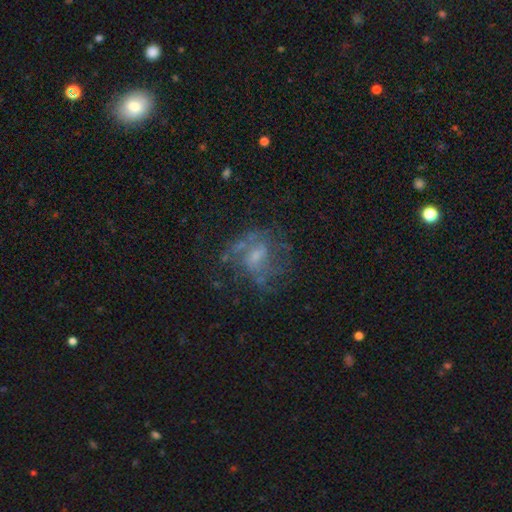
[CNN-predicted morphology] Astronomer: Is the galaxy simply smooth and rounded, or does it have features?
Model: featured or disk — 64%.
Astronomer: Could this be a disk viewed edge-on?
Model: no — 97%.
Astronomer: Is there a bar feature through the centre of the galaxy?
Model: no — 48% (runner-up: weak, 43%).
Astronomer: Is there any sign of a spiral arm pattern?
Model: yes — 62% (runner-up: no, 38%).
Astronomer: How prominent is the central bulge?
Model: small — 45% (runner-up: moderate, 30%).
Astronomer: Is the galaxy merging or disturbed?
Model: none — 54%.